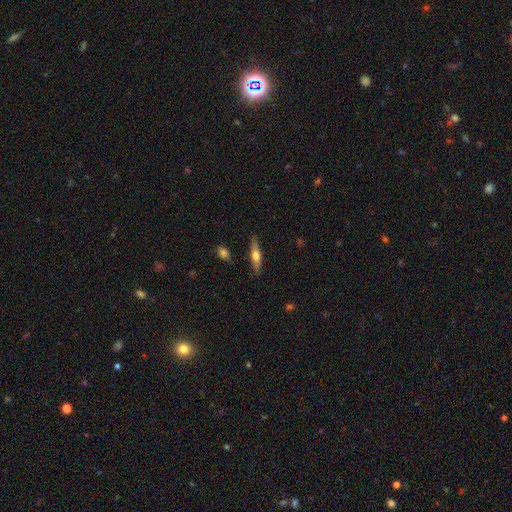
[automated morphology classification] A smooth galaxy with no disk features (49%). Merging: none (84%).